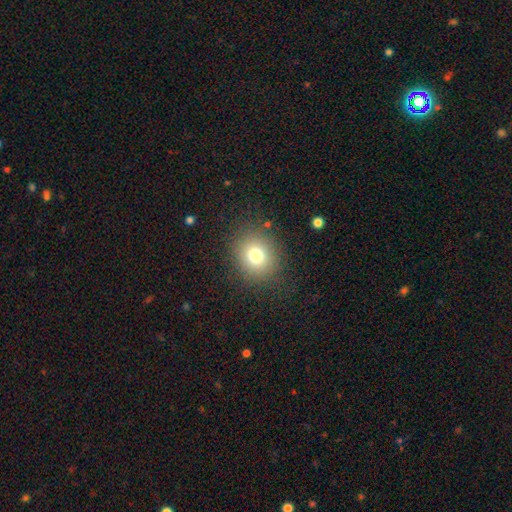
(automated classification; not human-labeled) Smooth or featured? Predicted: smooth (p=0.75). How rounded? Predicted: round (p=0.80). Merging? Predicted: none (p=0.85).